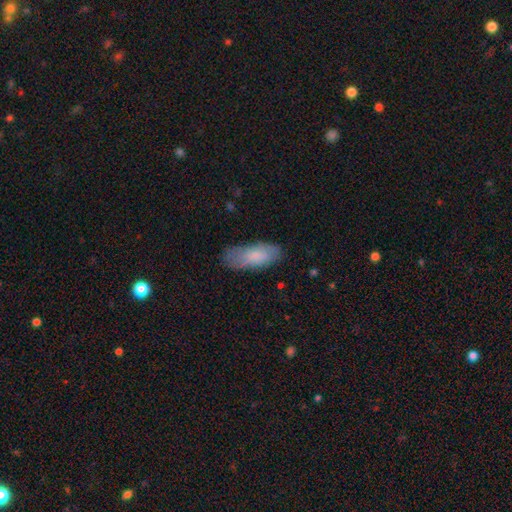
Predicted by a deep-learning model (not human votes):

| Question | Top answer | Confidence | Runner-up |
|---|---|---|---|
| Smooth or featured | smooth | 81% | featured or disk (13%) |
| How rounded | in between | 77% | cigar-shaped (21%) |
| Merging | none | 74% | minor disturbance (20%) |